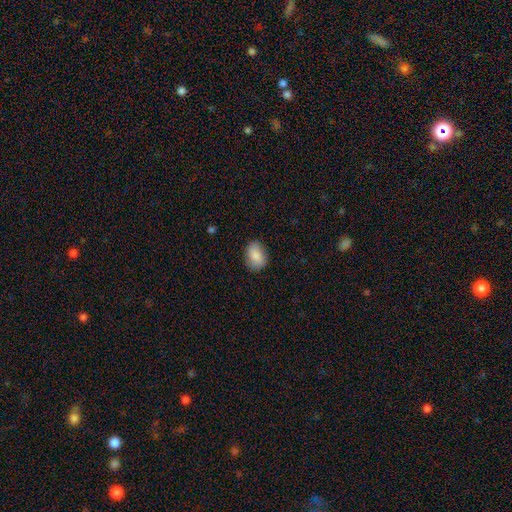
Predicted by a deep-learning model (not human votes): Smooth or featured?
  - smooth: 85% *
  - featured or disk: 8%
  - star or artifact: 7%
How rounded?
  - in between: 68% *
  - round: 31%
  - cigar-shaped: 1%
Merging?
  - none: 83% *
  - minor disturbance: 13%
  - major disturbance: 3%
  - merger: 1%